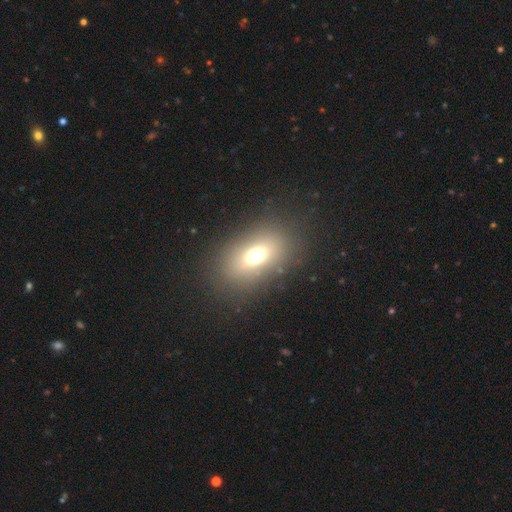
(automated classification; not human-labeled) Smooth or featured?
  - smooth: 65% *
  - featured or disk: 17%
  - star or artifact: 17%
How rounded?
  - in between: 76% *
  - round: 22%
  - cigar-shaped: 3%
Merging?
  - none: 81% *
  - minor disturbance: 10%
  - major disturbance: 7%
  - merger: 2%